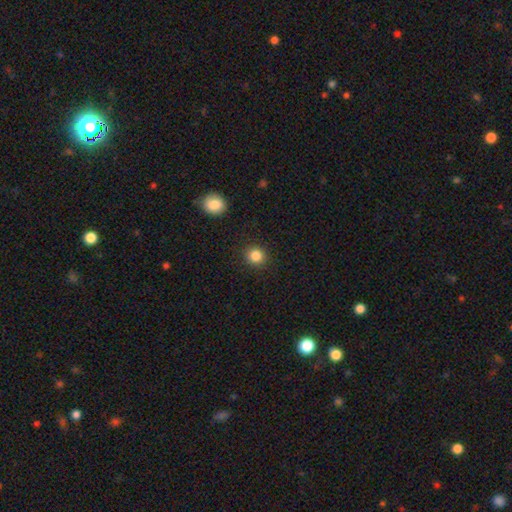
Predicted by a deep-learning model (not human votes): The model was most divided on "smooth or featured": smooth: 85%, star or artifact: 11%, featured or disk: 4%. More confident: merging — none (91%); how rounded — round (89%).